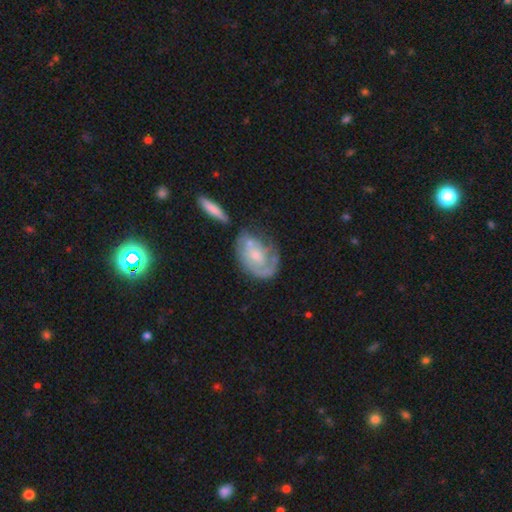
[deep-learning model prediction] Smooth or featured? featured or disk (71%)
Edge-on disk? no (96%)
Bar? no (70%)
Spiral arms? yes (85%)
Spiral winding? tight (54%)
Spiral arm count? 1 (49%)
Bulge size? small (49%)
Merging? none (48%)